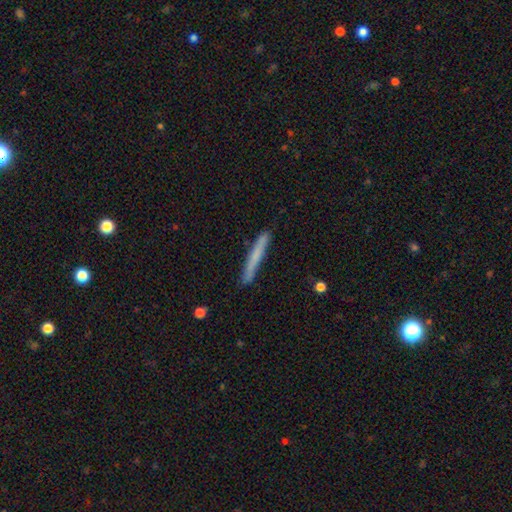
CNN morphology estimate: A smooth galaxy with no disk features (63%) that is cigar-shaped (97%). Merging: none (88%).